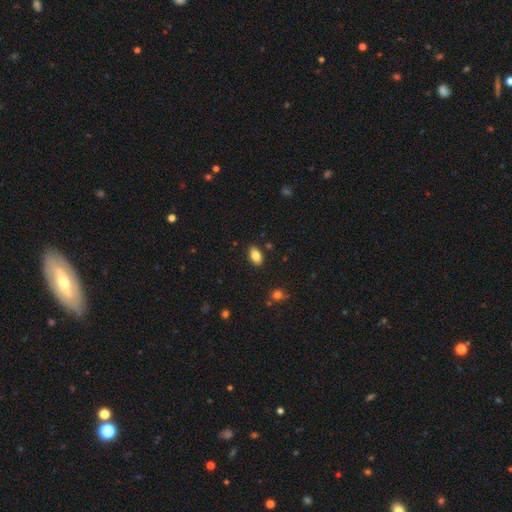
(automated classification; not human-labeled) Morphology: type=smooth (84%); roundness=in between (91%); merging=none (87%).